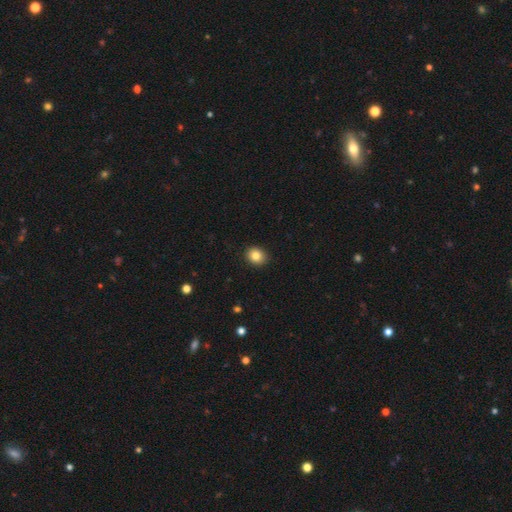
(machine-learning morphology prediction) A smooth galaxy with no disk features (83%) that is round (67%).

Vote fractions:
- Smooth or featured? smooth: 83% / star or artifact: 10% / featured or disk: 7%
- How rounded? round: 67% / in between: 33% / cigar-shaped: 1%
- Merging? none: 91% / minor disturbance: 7% / major disturbance: 2% / merger: 1%